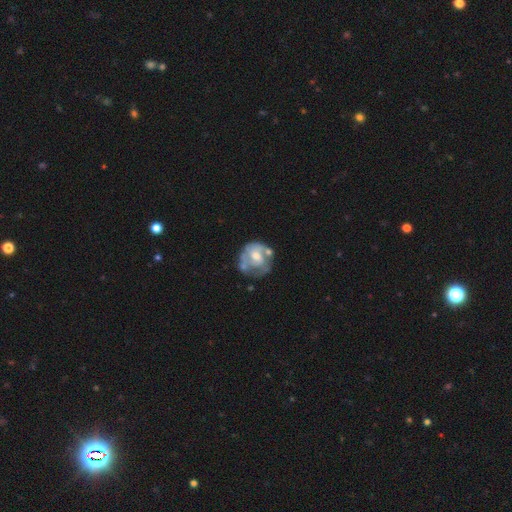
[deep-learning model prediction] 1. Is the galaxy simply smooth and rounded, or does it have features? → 63% featured or disk, 31% smooth, 7% star or artifact.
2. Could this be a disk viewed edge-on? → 98% no, 2% yes.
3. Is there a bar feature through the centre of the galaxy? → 68% no, 27% weak, 6% strong.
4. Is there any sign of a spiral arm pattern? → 54% no, 46% yes.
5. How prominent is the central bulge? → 63% moderate, 22% small, 9% large, 4% none, 1% dominant.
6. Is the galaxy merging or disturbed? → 45% none, 22% minor disturbance, 17% major disturbance, 16% merger.